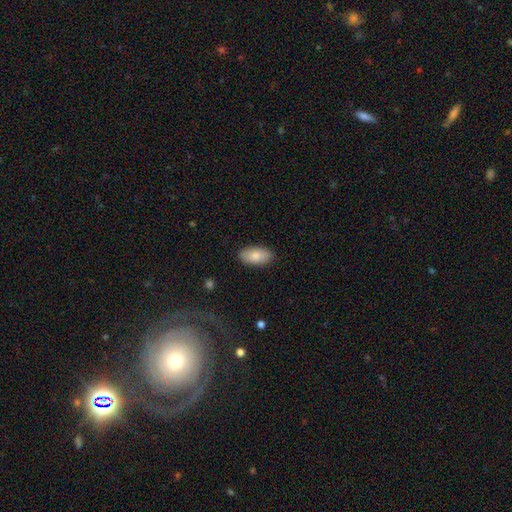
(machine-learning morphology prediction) Smooth or featured?
  - smooth: 84% *
  - featured or disk: 10%
  - star or artifact: 6%
How rounded?
  - in between: 94% *
  - cigar-shaped: 3%
  - round: 3%
Merging?
  - none: 87% *
  - minor disturbance: 9%
  - major disturbance: 2%
  - merger: 1%